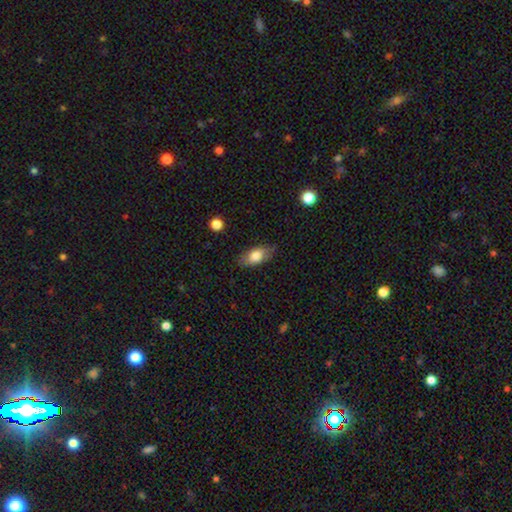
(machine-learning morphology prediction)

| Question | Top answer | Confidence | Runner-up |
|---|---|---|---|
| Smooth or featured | smooth | 77% | featured or disk (16%) |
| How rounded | in between | 88% | cigar-shaped (7%) |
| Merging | none | 81% | minor disturbance (15%) |